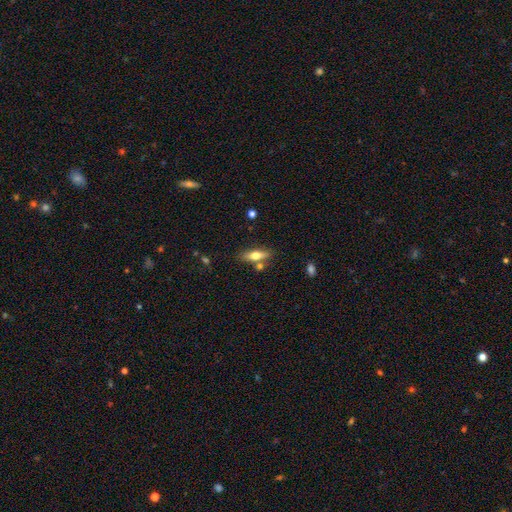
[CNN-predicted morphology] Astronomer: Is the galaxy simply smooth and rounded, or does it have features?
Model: smooth — 61%.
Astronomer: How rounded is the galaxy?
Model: in between — 51% (runner-up: cigar-shaped, 46%).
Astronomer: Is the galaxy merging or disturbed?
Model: none — 71%.